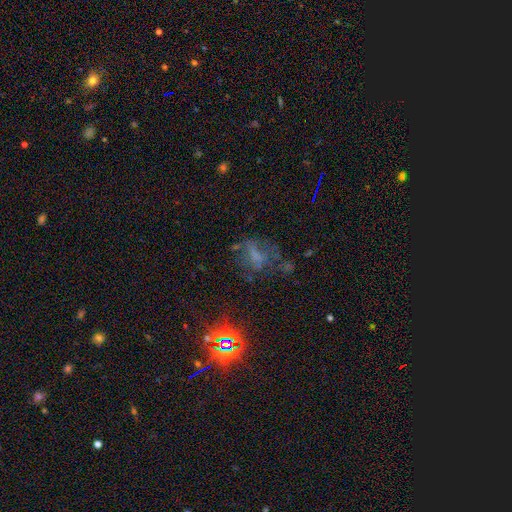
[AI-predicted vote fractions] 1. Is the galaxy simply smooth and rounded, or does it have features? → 35% star or artifact, 34% featured or disk, 31% smooth.